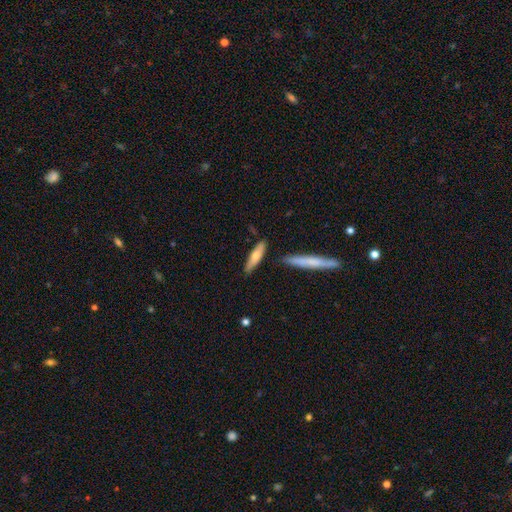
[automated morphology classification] Q: Smooth or featured?
A: smooth (65%); runner-up: featured or disk (30%)
Q: How rounded?
A: cigar-shaped (74%); runner-up: in between (25%)
Q: Merging?
A: none (79%); runner-up: minor disturbance (12%)